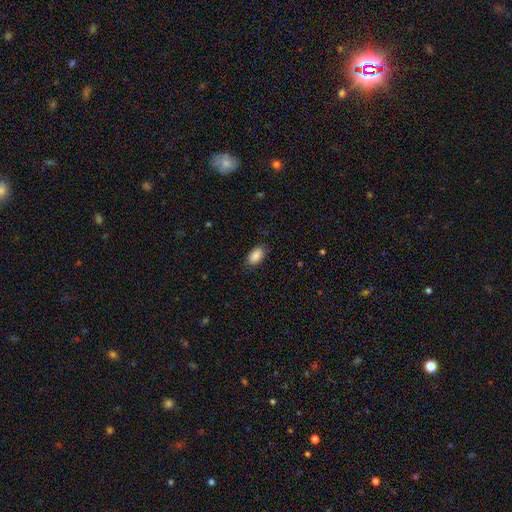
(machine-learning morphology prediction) This appears to be a smooth galaxy with no disk features (87%) that is in between round and cigar-shaped (93%). Merging: none (84%).